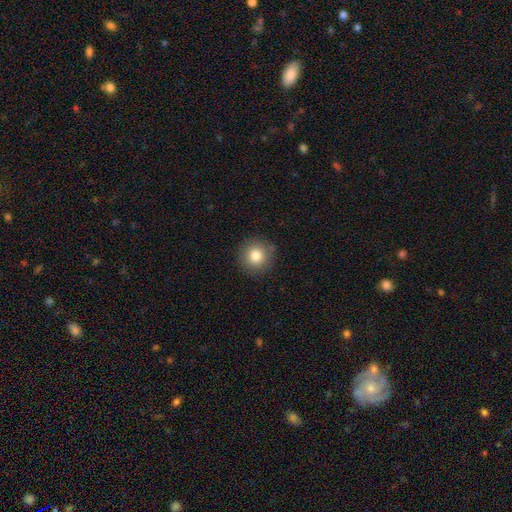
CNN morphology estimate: Smooth or featured?
  - smooth: 81% *
  - star or artifact: 10%
  - featured or disk: 9%
How rounded?
  - round: 93% *
  - in between: 6%
  - cigar-shaped: 1%
Merging?
  - none: 89% *
  - minor disturbance: 8%
  - major disturbance: 2%
  - merger: 1%